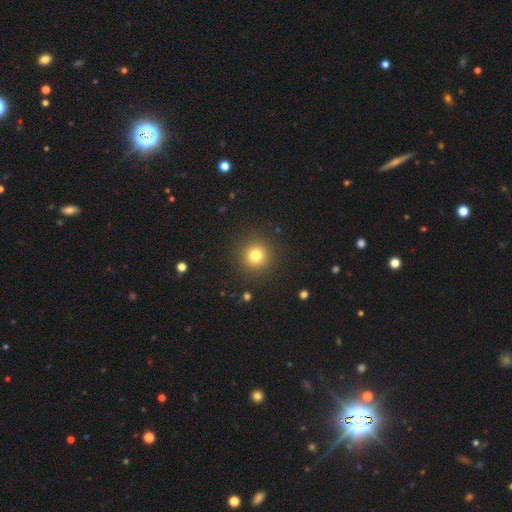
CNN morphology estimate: This is likely a smooth galaxy (79%). How rounded: clearly round (95%). Merging: clearly none (91%).